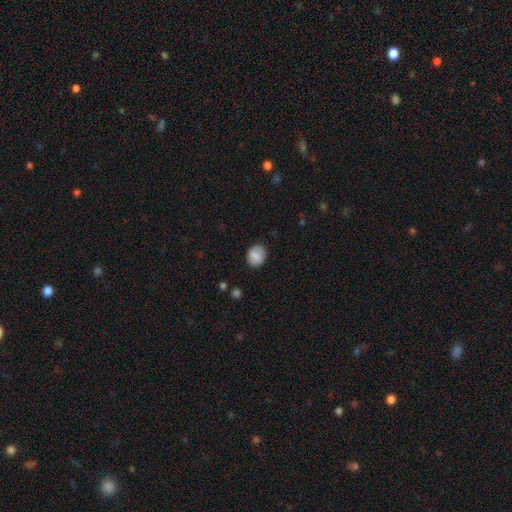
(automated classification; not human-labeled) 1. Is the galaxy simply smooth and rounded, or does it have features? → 86% smooth, 8% star or artifact, 6% featured or disk.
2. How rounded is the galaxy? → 57% round, 42% in between, 1% cigar-shaped.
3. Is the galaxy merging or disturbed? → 84% none, 12% minor disturbance, 3% major disturbance, 1% merger.